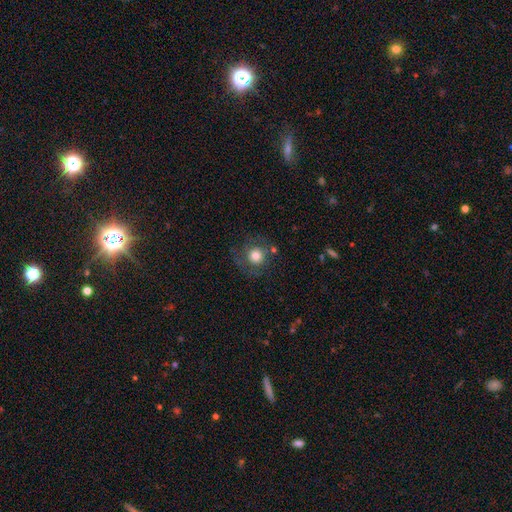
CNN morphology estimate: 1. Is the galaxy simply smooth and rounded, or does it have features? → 71% smooth, 19% featured or disk, 10% star or artifact.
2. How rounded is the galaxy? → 91% round, 8% in between, 1% cigar-shaped.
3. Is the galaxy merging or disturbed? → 71% none, 16% minor disturbance, 9% major disturbance, 4% merger.